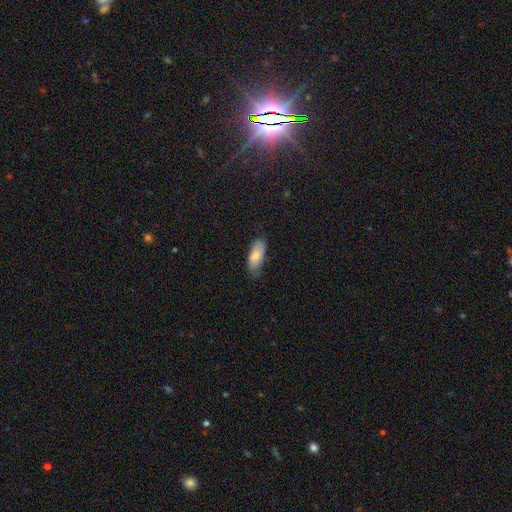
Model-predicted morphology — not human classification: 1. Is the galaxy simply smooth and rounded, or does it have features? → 79% smooth, 15% featured or disk, 6% star or artifact.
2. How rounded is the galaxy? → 84% in between, 14% cigar-shaped, 2% round.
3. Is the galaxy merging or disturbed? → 61% none, 30% minor disturbance, 7% major disturbance, 1% merger.